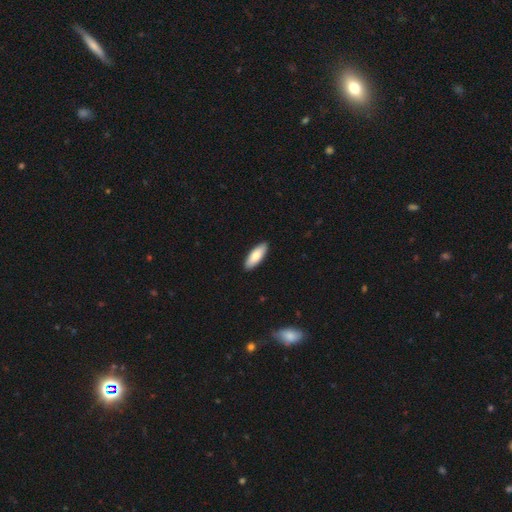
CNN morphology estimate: A smooth galaxy with no disk features (79%) that is in between round and cigar-shaped (69%).

Vote fractions:
- Smooth or featured? smooth: 79% / featured or disk: 15% / star or artifact: 5%
- How rounded? in between: 69% / cigar-shaped: 29% / round: 2%
- Merging? none: 91% / minor disturbance: 7% / major disturbance: 1% / merger: 1%